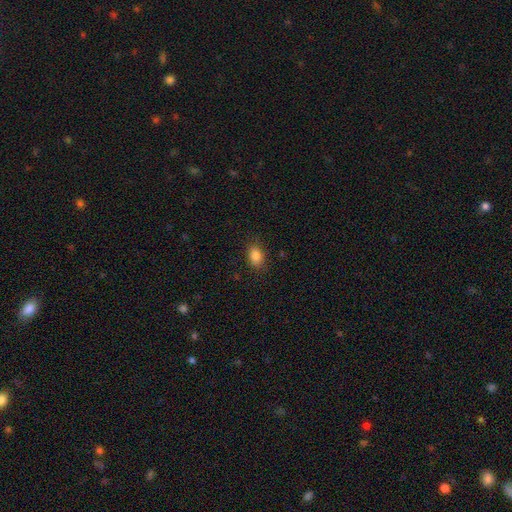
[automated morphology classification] This is clearly a smooth galaxy (85%). How rounded: likely in between (79%). Merging: clearly none (84%).